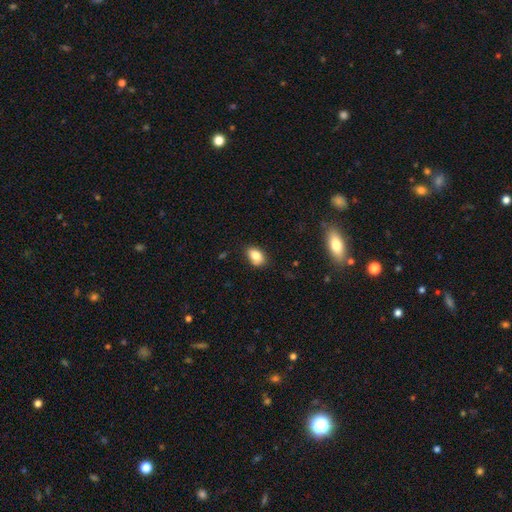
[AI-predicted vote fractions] Q: Smooth or featured?
A: smooth (83%); runner-up: star or artifact (9%)
Q: How rounded?
A: in between (86%); runner-up: round (13%)
Q: Merging?
A: none (79%); runner-up: minor disturbance (16%)